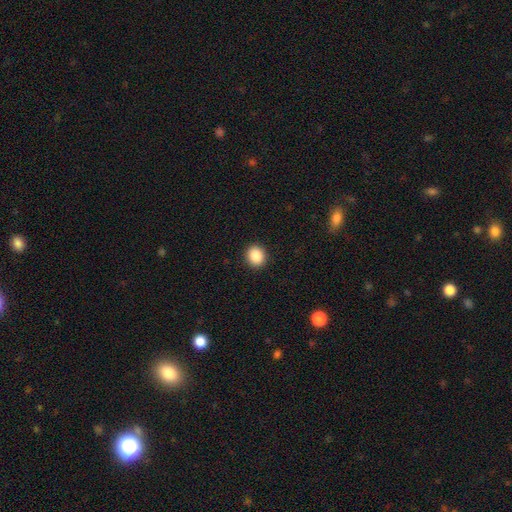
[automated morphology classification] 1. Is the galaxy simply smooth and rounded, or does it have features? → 87% smooth, 9% star or artifact, 4% featured or disk.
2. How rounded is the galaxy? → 77% round, 23% in between, 1% cigar-shaped.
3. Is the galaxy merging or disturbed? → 92% none, 5% minor disturbance, 2% major disturbance, 1% merger.